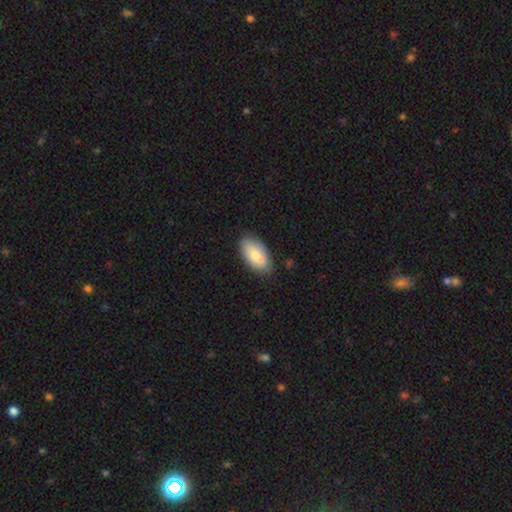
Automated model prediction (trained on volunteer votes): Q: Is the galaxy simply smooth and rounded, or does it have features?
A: smooth — 76%.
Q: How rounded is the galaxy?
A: in between — 93%.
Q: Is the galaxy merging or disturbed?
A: none — 77%.